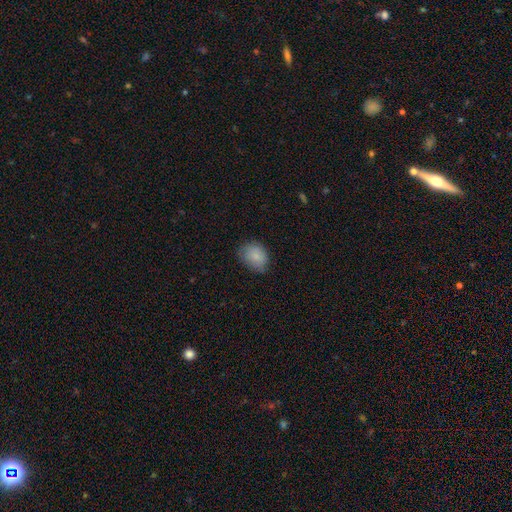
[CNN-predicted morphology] type=smooth (83%); roundness=in between (50%); merging=none (68%).